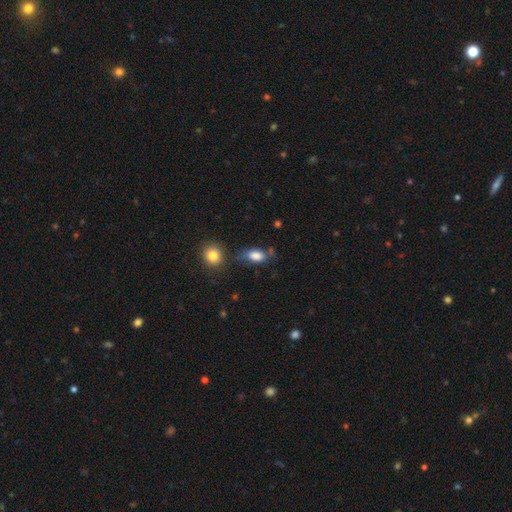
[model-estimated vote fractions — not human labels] Smooth or featured: smooth — 83% (star or artifact — 9%)
How rounded: in between — 88% (round — 8%)
Merging: none — 57% (minor disturbance — 25%)